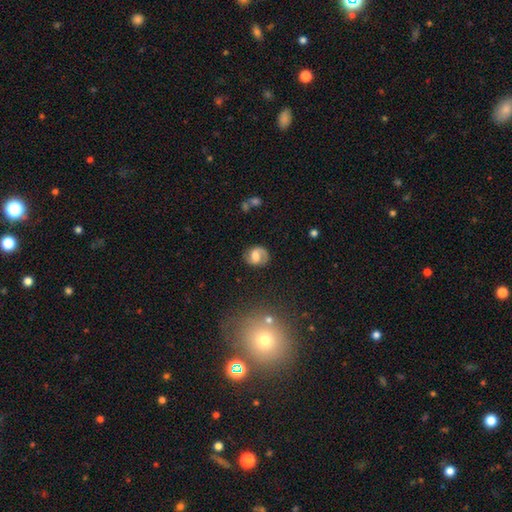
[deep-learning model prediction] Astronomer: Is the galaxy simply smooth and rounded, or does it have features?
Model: featured or disk — 60%.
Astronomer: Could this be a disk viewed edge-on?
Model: no — 98%.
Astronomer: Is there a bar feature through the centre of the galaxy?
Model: weak — 49% (runner-up: no, 35%).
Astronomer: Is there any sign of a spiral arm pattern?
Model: yes — 88%.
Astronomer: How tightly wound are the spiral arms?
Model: medium — 46% (runner-up: loose, 28%).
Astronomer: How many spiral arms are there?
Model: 2 — 73%.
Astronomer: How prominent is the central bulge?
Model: moderate — 54%.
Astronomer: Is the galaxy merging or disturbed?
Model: none — 74%.